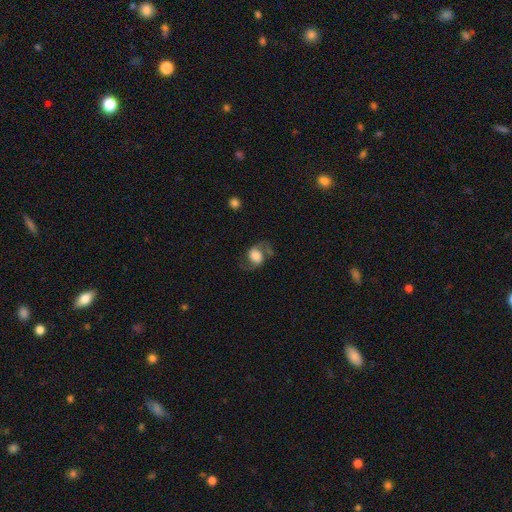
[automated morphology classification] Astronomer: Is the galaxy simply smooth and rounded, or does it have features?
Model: featured or disk — 58%.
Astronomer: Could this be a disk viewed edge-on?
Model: no — 97%.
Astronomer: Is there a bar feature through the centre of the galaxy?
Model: no — 58%.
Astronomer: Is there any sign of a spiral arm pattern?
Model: yes — 89%.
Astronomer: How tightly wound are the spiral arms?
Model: loose — 55% (runner-up: medium, 36%).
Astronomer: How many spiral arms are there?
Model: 2 — 90%.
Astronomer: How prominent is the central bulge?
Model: large — 43% (runner-up: moderate, 22%).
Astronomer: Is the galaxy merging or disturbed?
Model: none — 60%.